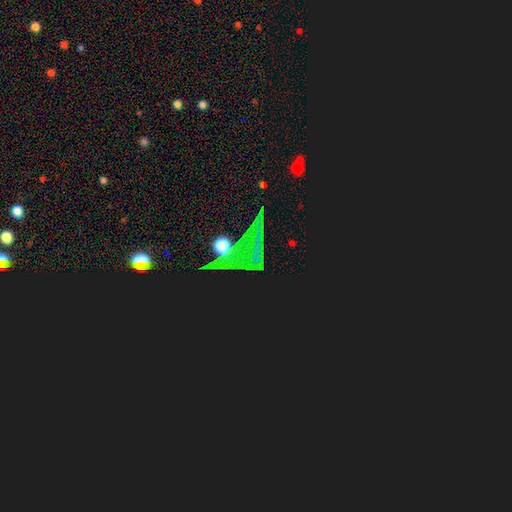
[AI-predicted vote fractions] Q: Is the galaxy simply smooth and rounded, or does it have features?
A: star or artifact — 78%.